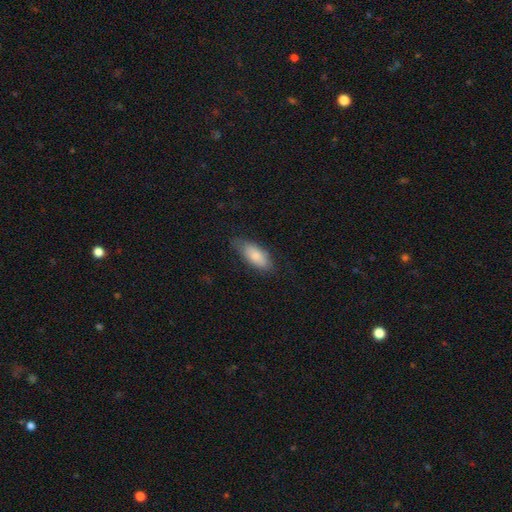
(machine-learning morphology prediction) A smooth galaxy with no disk features (82%) that is in between round and cigar-shaped (81%).

Vote fractions:
- Smooth or featured? smooth: 82% / featured or disk: 12% / star or artifact: 6%
- How rounded? in between: 81% / cigar-shaped: 17% / round: 2%
- Merging? none: 70% / minor disturbance: 23% / major disturbance: 6% / merger: 1%